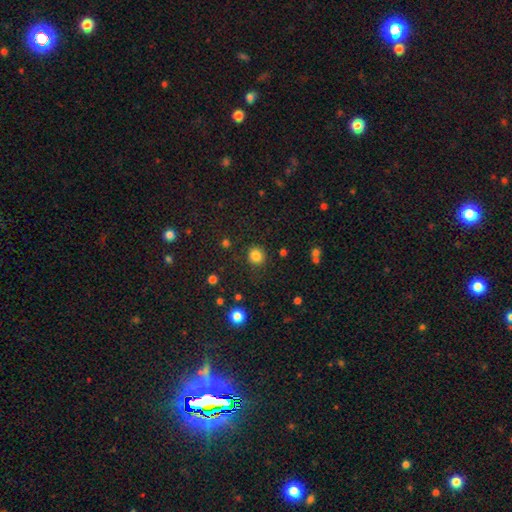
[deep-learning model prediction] smooth_or_featured: smooth (p=0.84) [alt: star or artifact p=0.12]
how_rounded: round (p=0.89) [alt: in between p=0.10]
merging: none (p=0.87) [alt: minor disturbance p=0.08]